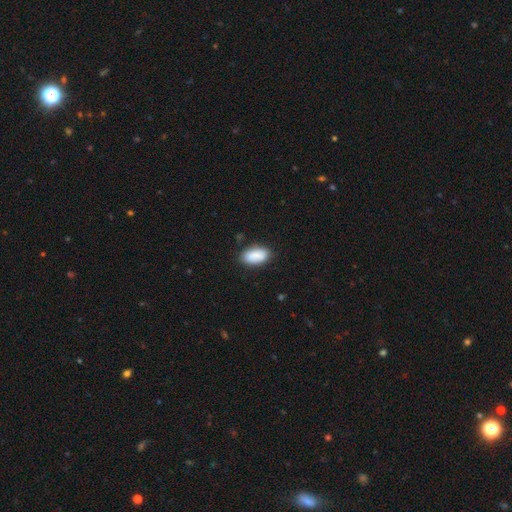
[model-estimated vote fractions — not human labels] Overall: smooth (89%). How rounded: in between (93%). Merging: none (83%).